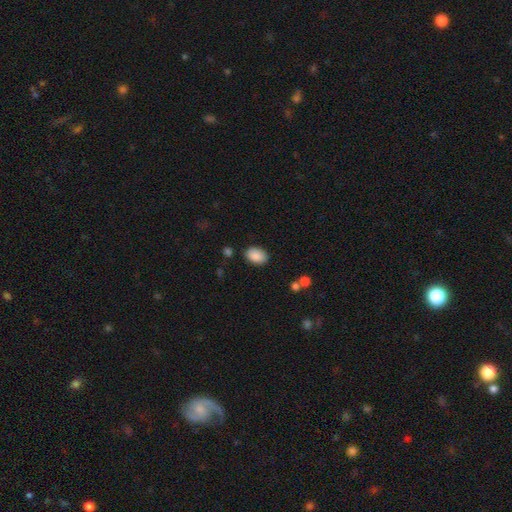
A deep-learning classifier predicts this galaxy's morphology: Q: Smooth or featured?
A: smooth (88%); runner-up: star or artifact (7%)
Q: How rounded?
A: in between (85%); runner-up: round (14%)
Q: Merging?
A: none (86%); runner-up: minor disturbance (10%)